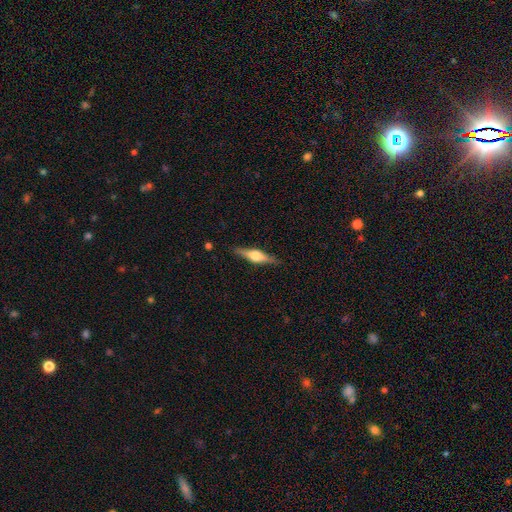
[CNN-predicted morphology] Smooth or featured: featured or disk — 69% (smooth — 25%)
Edge-on disk: yes — 97% (no — 3%)
Edge-on bulge: rounded — 92% (boxy — 6%)
Merging: none — 88% (minor disturbance — 9%)